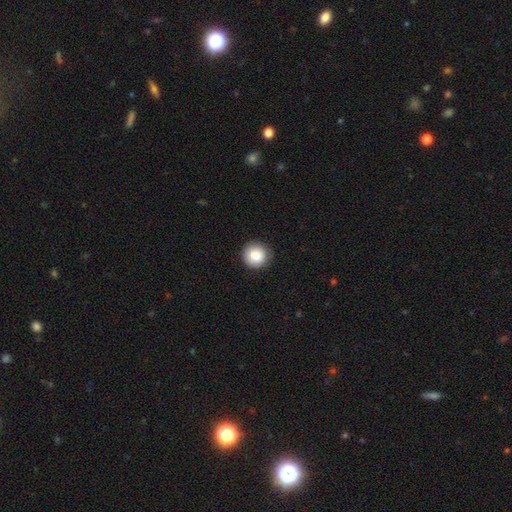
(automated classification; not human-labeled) This appears to be a smooth galaxy with no disk features (87%) that is round (95%). Merging: none (88%).